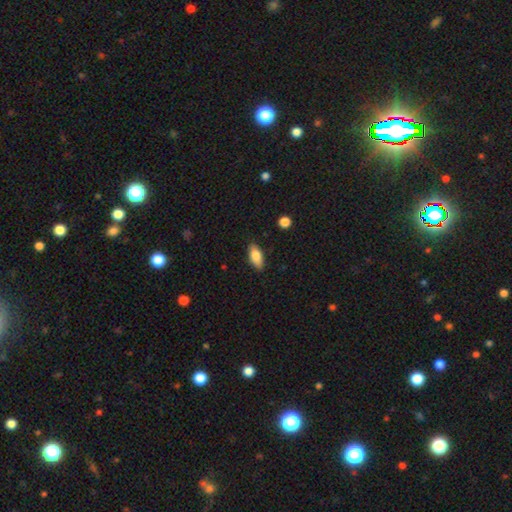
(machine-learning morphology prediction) type=smooth (79%); roundness=in between (87%); merging=none (86%).